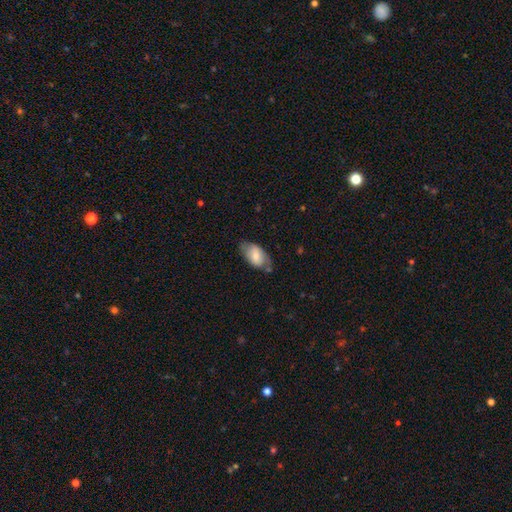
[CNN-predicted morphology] Smooth or featured? Predicted: smooth (p=0.65). How rounded? Predicted: in between (p=0.92). Merging? Predicted: none (p=0.63).